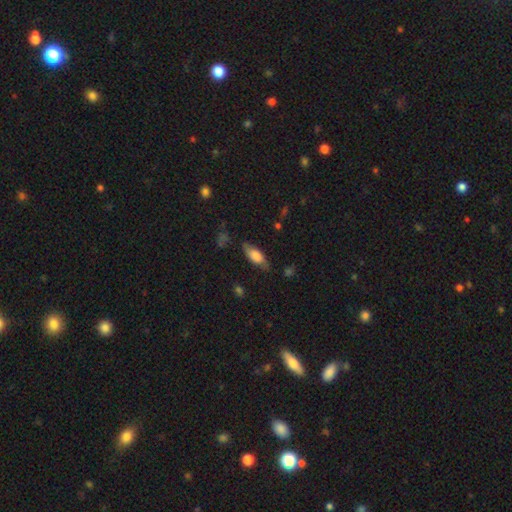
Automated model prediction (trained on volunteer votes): Morphology: type=smooth (66%); roundness=in between (74%); merging=none (71%).